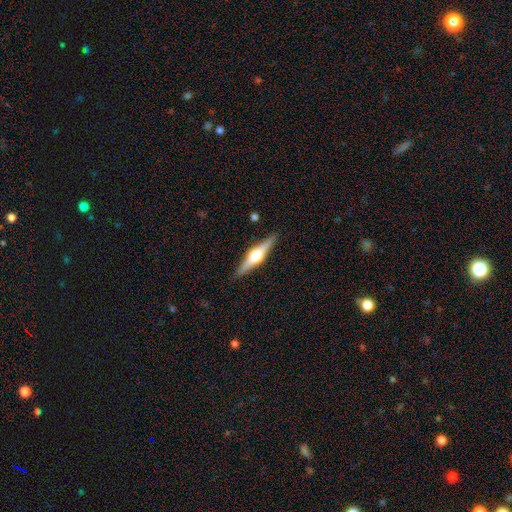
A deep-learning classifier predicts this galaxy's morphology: Overall: featured or disk (75%). Edge-on disk: yes (98%). Edge-on bulge: rounded (95%). Merging: none (90%).